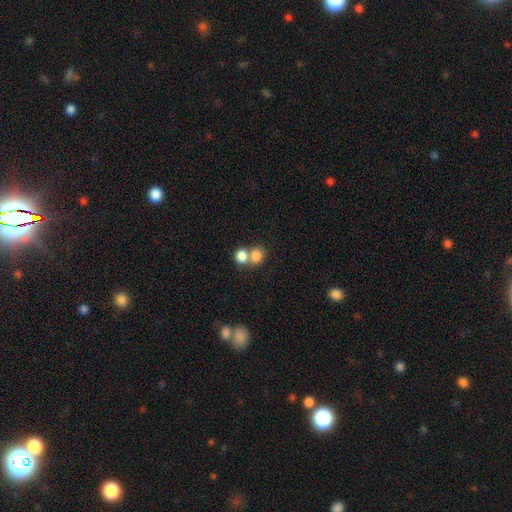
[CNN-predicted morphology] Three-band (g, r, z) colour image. It shows a smooth galaxy with no disk features (82%) that is round (72%). Merging: merger (55%).